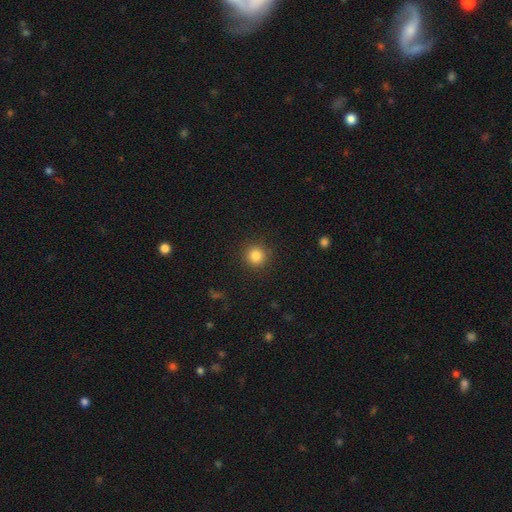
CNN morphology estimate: smooth 84%, star or artifact 11%, featured or disk 5%. Down the decision tree: how rounded — round (94%); merging — none (90%).